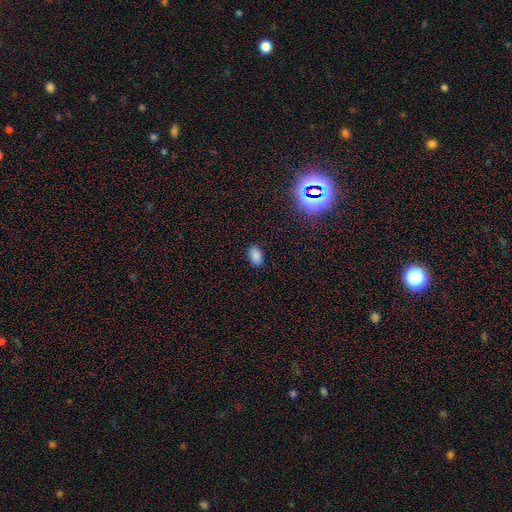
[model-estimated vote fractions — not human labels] smooth 83%, star or artifact 13%, featured or disk 4%. Down the decision tree: how rounded — in between (92%); merging — none (86%).